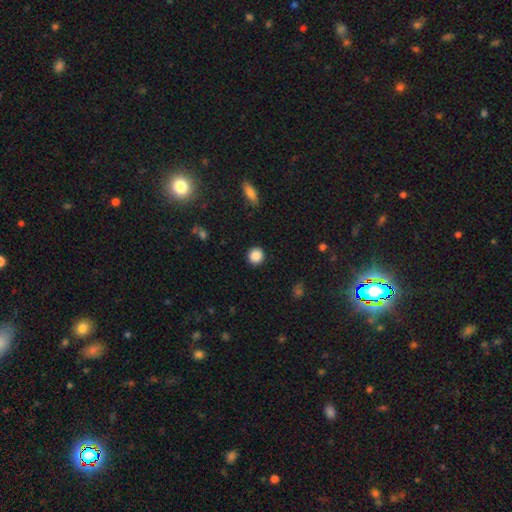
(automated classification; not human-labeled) Smooth or featured?
  - smooth: 87% *
  - star or artifact: 9%
  - featured or disk: 3%
How rounded?
  - round: 93% *
  - in between: 6%
  - cigar-shaped: 1%
Merging?
  - none: 91% *
  - minor disturbance: 6%
  - major disturbance: 2%
  - merger: 1%